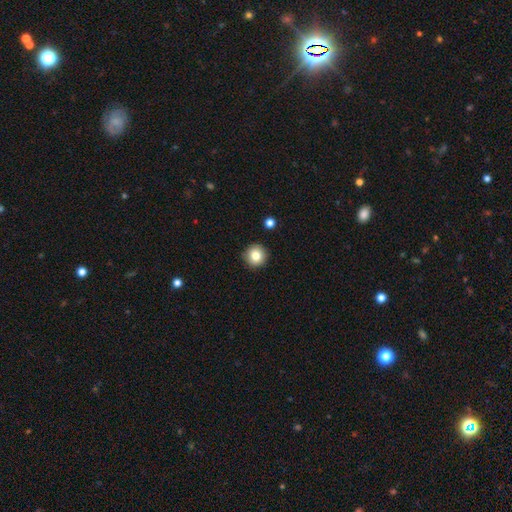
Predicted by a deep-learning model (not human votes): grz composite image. It shows a smooth galaxy with no disk features (82%) that is round (95%). Merging: none (91%).